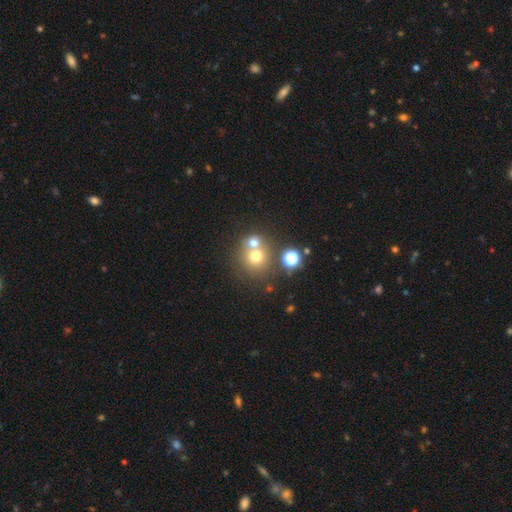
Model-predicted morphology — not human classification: Overall: smooth (68%). How rounded: round (88%). Merging: none (48%; merger 43%).